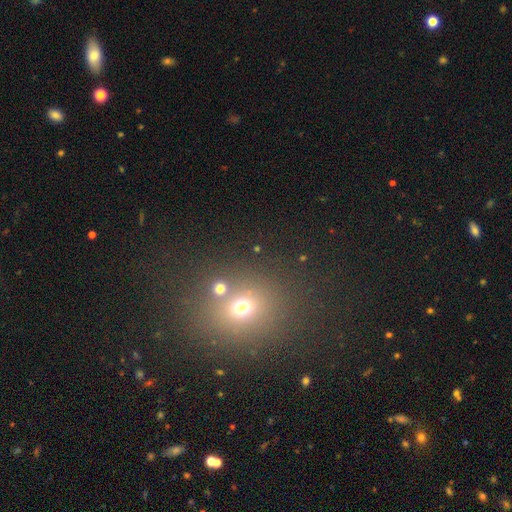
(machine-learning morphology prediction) smooth 51%, star or artifact 39%, featured or disk 11%. Down the decision tree: how rounded — round (65%); merging — none (73%).